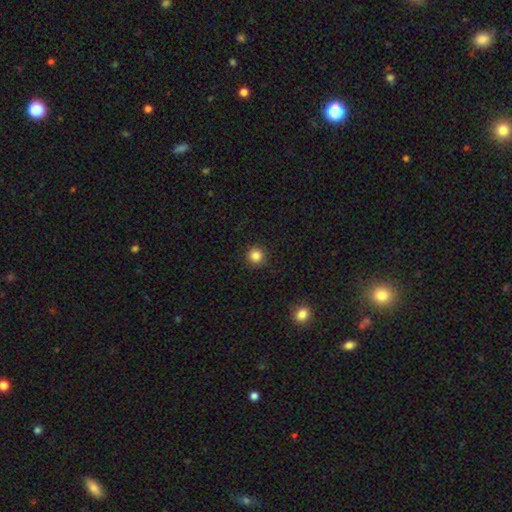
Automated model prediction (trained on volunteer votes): This appears to be a smooth galaxy with no disk features (84%) that is round (94%). Merging: none (90%).